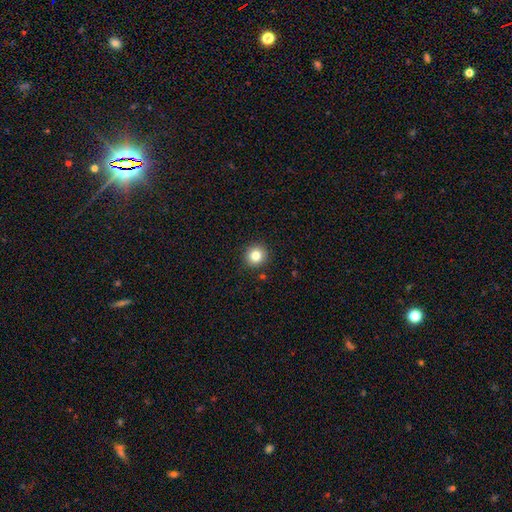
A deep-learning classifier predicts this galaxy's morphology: Smooth or featured? Predicted: smooth (p=0.81). How rounded? Predicted: round (p=0.93). Merging? Predicted: none (p=0.91).